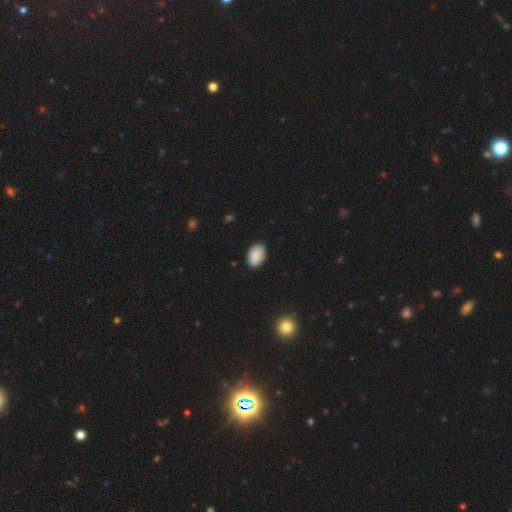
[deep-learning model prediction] Smooth or featured: smooth — 89% (star or artifact — 7%)
How rounded: in between — 92% (round — 7%)
Merging: none — 87% (minor disturbance — 10%)